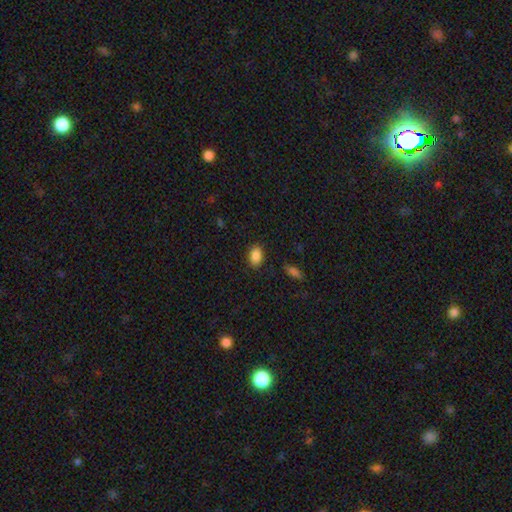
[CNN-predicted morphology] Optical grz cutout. It shows a smooth galaxy with no disk features (88%) that is in between round and cigar-shaped (87%). Merging: none (87%).